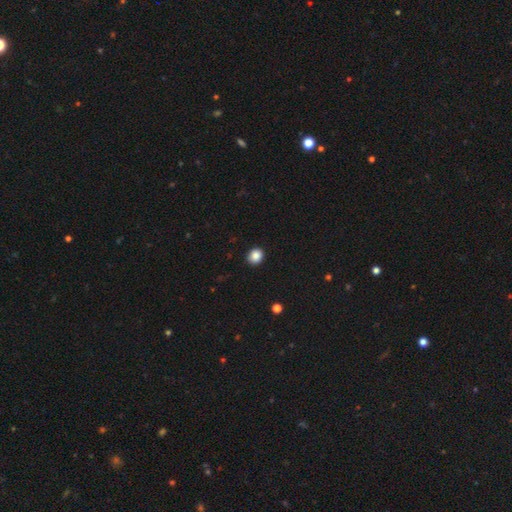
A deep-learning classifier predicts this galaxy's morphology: Smooth or featured: smooth — 87% (star or artifact — 10%)
How rounded: round — 73% (in between — 26%)
Merging: none — 91% (minor disturbance — 7%)